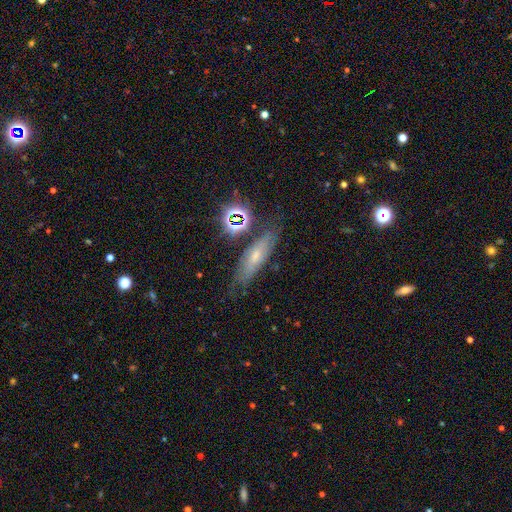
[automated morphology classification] The model was most divided on "smooth or featured": smooth: 41%, featured or disk: 38%, star or artifact: 21%. More confident: merging — none (69%).